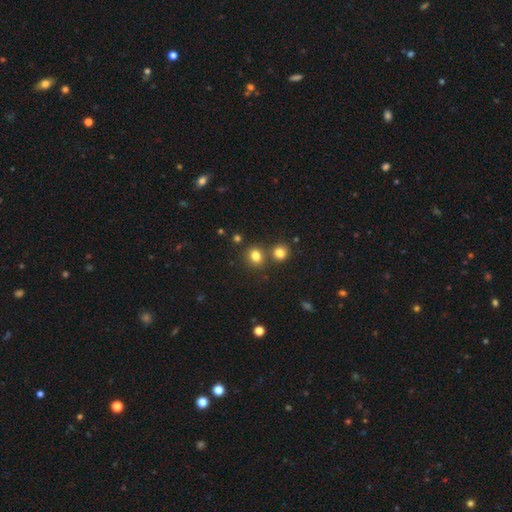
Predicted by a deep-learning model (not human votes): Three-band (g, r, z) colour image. It shows a smooth galaxy with no disk features (79%) that is round (75%). Merging: none (71%).